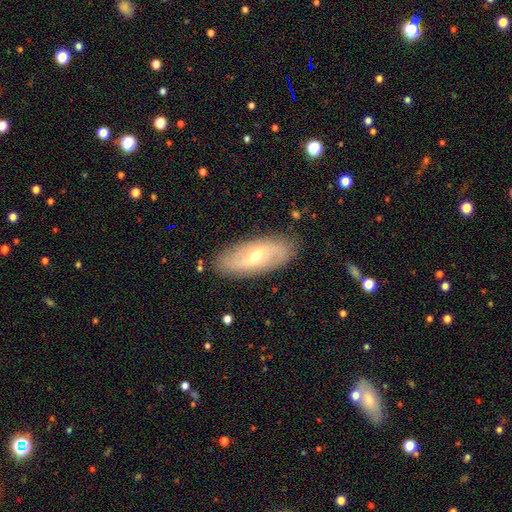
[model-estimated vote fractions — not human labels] featured or disk 72%, smooth 21%, star or artifact 7%. Down the decision tree: edge-on disk — no (88%); bar — weak (48%); spiral arms — yes (84%); spiral arm count — 2 (80%); spiral winding — loose (48%); bulge size — small (51%); merging — none (86%).